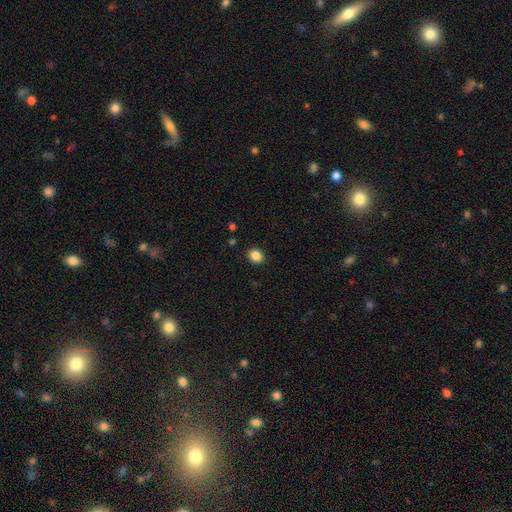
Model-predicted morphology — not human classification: Smooth or featured?
  - smooth: 86% *
  - star or artifact: 10%
  - featured or disk: 4%
How rounded?
  - round: 54% *
  - in between: 45%
  - cigar-shaped: 1%
Merging?
  - none: 89% *
  - minor disturbance: 7%
  - major disturbance: 2%
  - merger: 1%